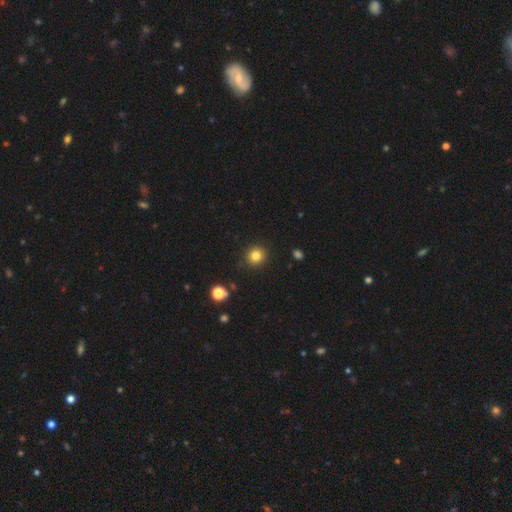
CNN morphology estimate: Smooth or featured? Predicted: smooth (p=0.82). How rounded? Predicted: round (p=0.91). Merging? Predicted: none (p=0.91).